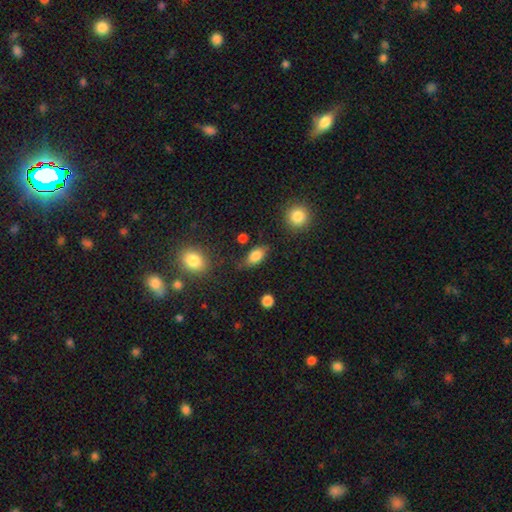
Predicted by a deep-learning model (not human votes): A smooth galaxy with no disk features (82%) that is in between round and cigar-shaped (87%).

Vote fractions:
- Smooth or featured? smooth: 82% / featured or disk: 10% / star or artifact: 8%
- How rounded? in between: 87% / round: 7% / cigar-shaped: 6%
- Merging? none: 75% / minor disturbance: 17% / major disturbance: 5% / merger: 3%